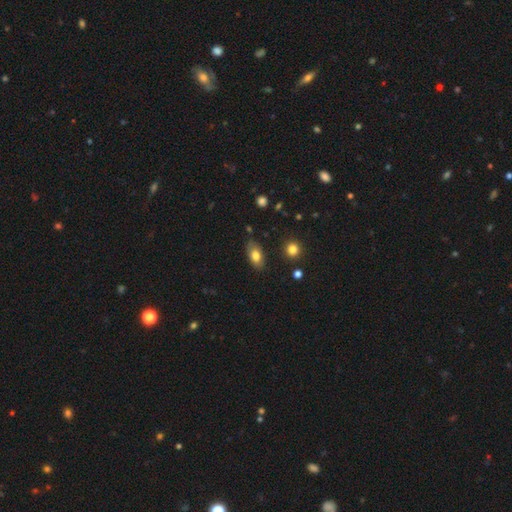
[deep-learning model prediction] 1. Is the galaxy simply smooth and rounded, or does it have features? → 78% smooth, 14% featured or disk, 8% star or artifact.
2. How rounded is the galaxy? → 89% in between, 6% round, 5% cigar-shaped.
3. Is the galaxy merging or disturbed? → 80% none, 15% minor disturbance, 3% major disturbance, 2% merger.